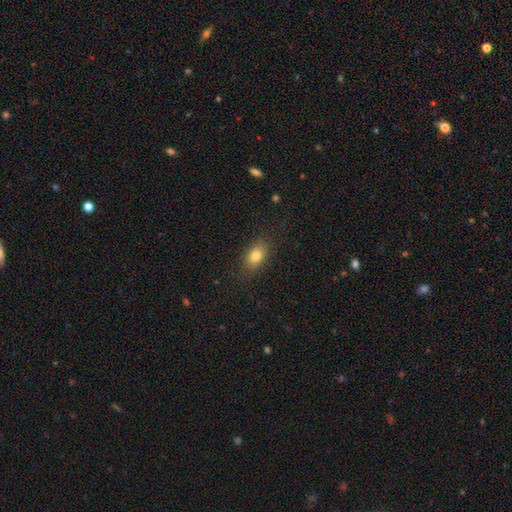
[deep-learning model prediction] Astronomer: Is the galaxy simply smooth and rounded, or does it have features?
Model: smooth — 81%.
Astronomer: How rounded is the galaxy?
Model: in between — 80%.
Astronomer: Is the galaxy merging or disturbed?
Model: none — 83%.